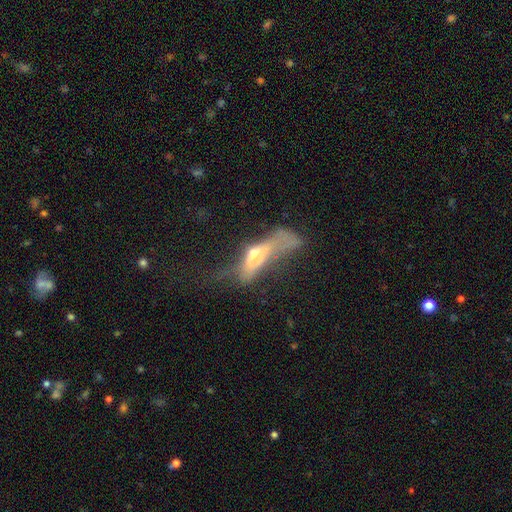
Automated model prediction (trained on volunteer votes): A smooth galaxy with no disk features (46%).

Vote fractions:
- Smooth or featured? smooth: 46% / featured or disk: 44% / star or artifact: 11%
- Merging? major disturbance: 55% / none: 16% / minor disturbance: 15% / merger: 14%